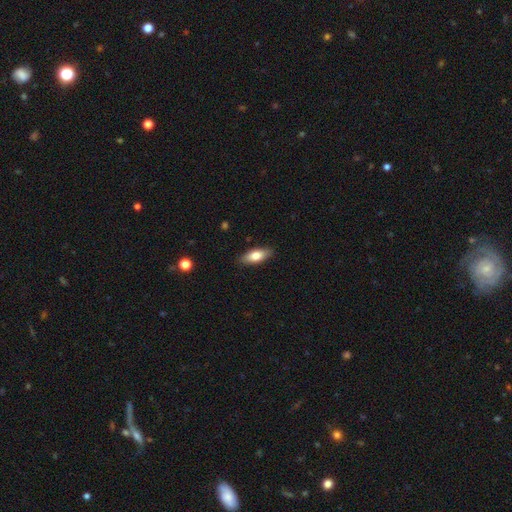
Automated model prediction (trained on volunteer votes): Morphology: type=smooth (76%); roundness=in between (78%); merging=none (88%).